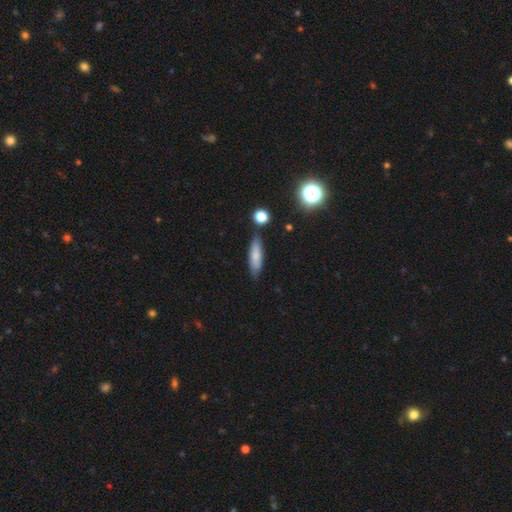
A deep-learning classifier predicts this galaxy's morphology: Overall: smooth (77%). How rounded: cigar-shaped (59%; in between 38%). Merging: none (78%).